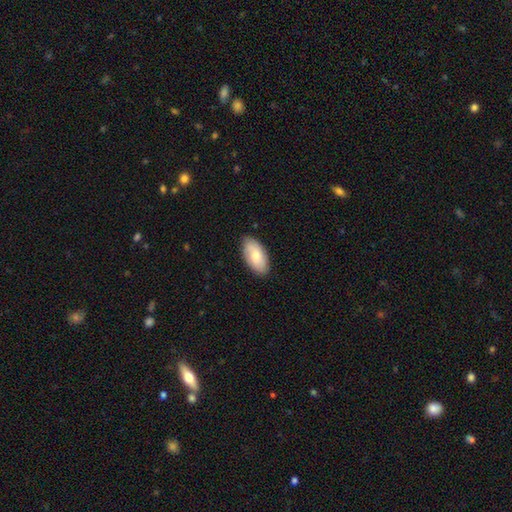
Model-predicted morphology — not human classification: smooth 74%, featured or disk 21%, star or artifact 6%. Down the decision tree: how rounded — in between (94%); merging — none (84%).